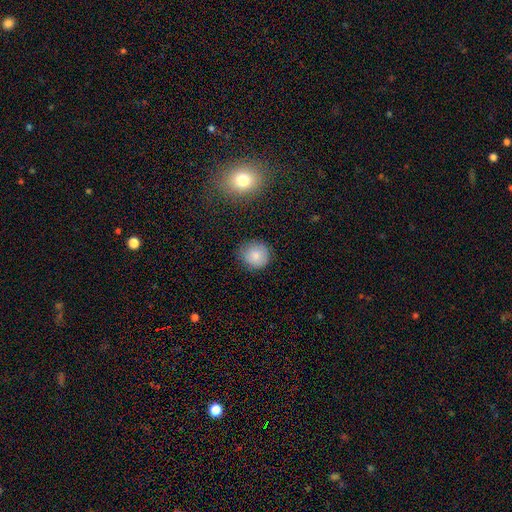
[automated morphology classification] smooth-or-featured: smooth: 83% | star or artifact: 9% | featured or disk: 8%
  how-rounded: round: 89% | in between: 10% | cigar-shaped: 1%
  merging: none: 81% | minor disturbance: 14% | major disturbance: 3% | merger: 2%